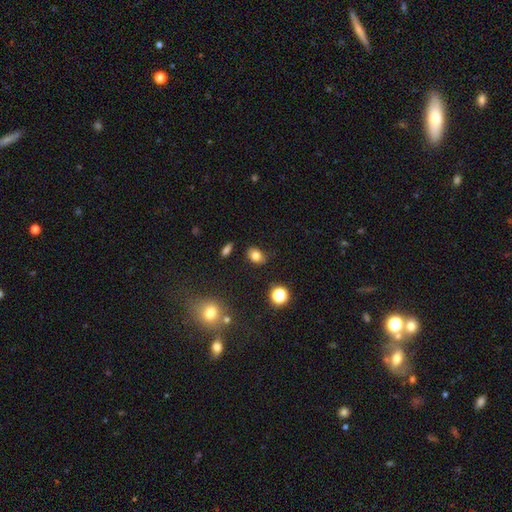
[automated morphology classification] type=smooth (79%); roundness=in between (72%); merging=none (77%).